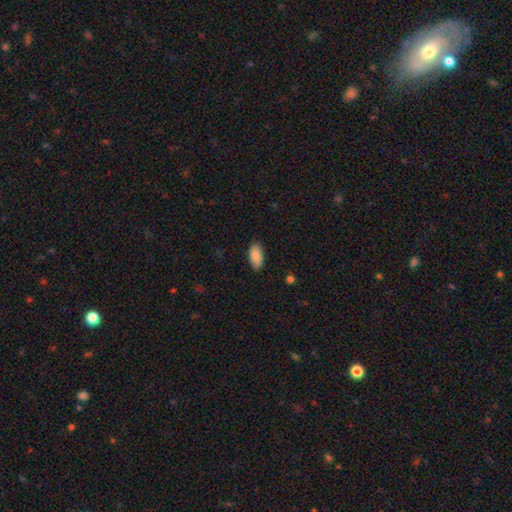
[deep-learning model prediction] smooth-or-featured: smooth: 89% | star or artifact: 6% | featured or disk: 5%
  how-rounded: in between: 93% | cigar-shaped: 4% | round: 2%
  merging: none: 84% | minor disturbance: 13% | major disturbance: 2% | merger: 1%